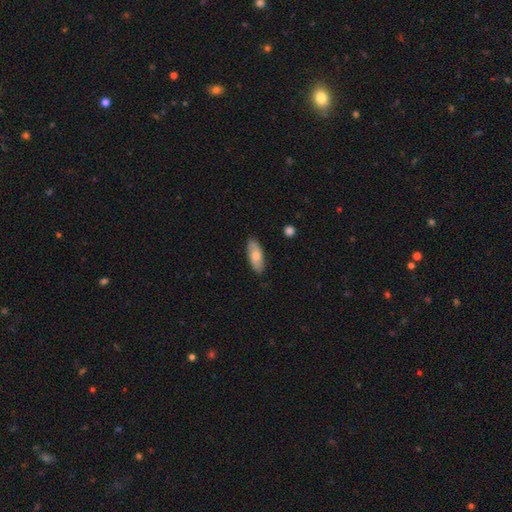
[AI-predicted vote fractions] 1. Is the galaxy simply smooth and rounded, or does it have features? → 71% smooth, 23% featured or disk, 6% star or artifact.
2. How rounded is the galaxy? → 77% in between, 21% cigar-shaped, 2% round.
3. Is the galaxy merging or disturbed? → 85% none, 11% minor disturbance, 2% major disturbance, 1% merger.